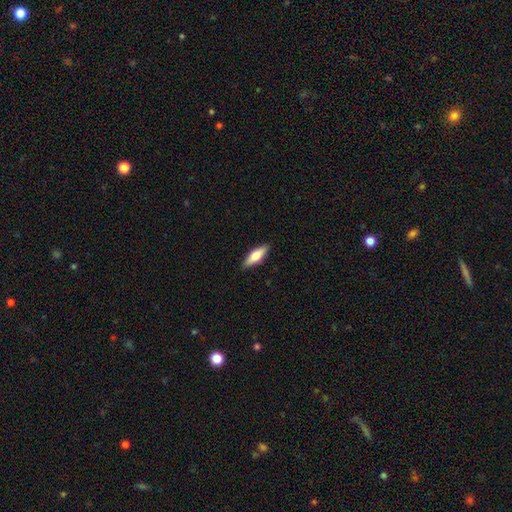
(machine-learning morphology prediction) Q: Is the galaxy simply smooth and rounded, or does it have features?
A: smooth — 62%.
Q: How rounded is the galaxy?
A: in between — 50%.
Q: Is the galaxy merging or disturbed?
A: none — 89%.